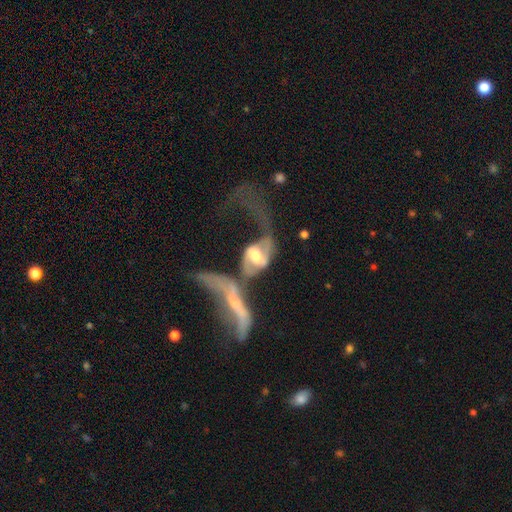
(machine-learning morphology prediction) smooth_or_featured: featured or disk (p=0.79) [alt: smooth p=0.15]
disk_edge_on: no (p=0.91) [alt: yes p=0.09]
bar: weak (p=0.40) [alt: no p=0.33]
has_spiral_arms: yes (p=0.84) [alt: no p=0.16]
spiral_winding: loose (p=0.63) [alt: medium p=0.25]
spiral_arm_count: 2 (p=0.79) [alt: can't tell p=0.10]
bulge_size: moderate (p=0.55) [alt: large p=0.23]
merging: merger (p=0.62) [alt: major disturbance p=0.19]